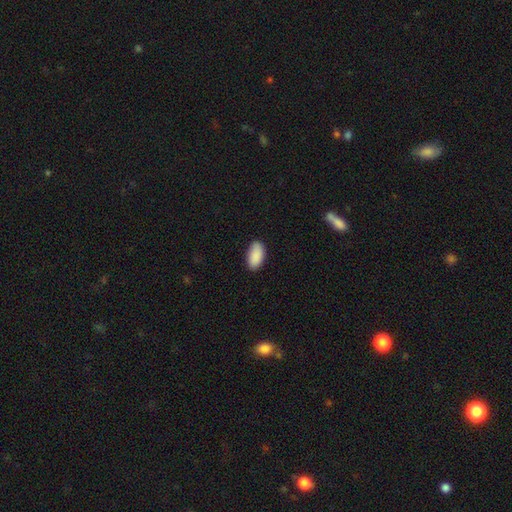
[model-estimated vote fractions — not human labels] Morphology: type=smooth (90%); roundness=in between (95%); merging=none (85%).